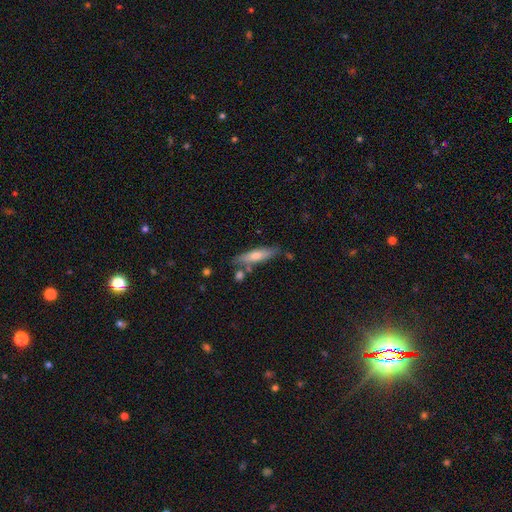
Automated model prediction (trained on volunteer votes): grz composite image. It shows a smooth galaxy with no disk features (57%) that is cigar-shaped (77%). Merging: none (75%).